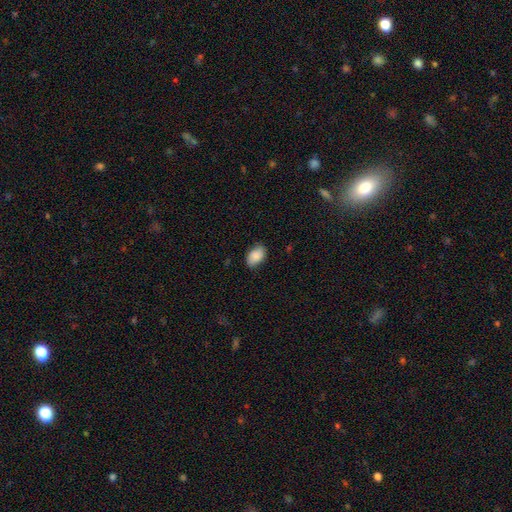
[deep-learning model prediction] Q: Smooth or featured?
A: smooth (86%); runner-up: featured or disk (7%)
Q: How rounded?
A: in between (90%); runner-up: round (9%)
Q: Merging?
A: none (81%); runner-up: minor disturbance (15%)